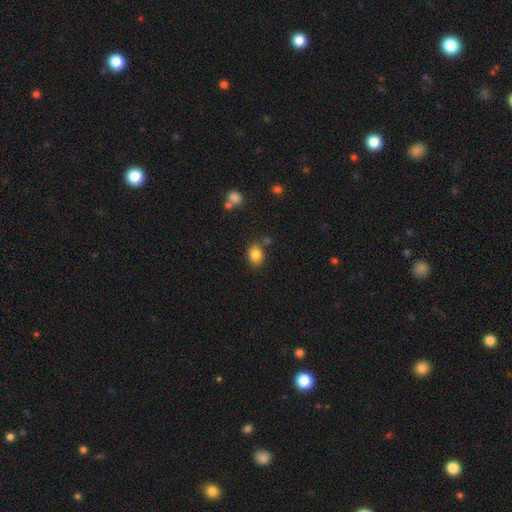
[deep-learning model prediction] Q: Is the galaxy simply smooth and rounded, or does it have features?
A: smooth — 84%.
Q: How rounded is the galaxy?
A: in between — 55%.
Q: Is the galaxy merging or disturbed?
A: none — 75%.